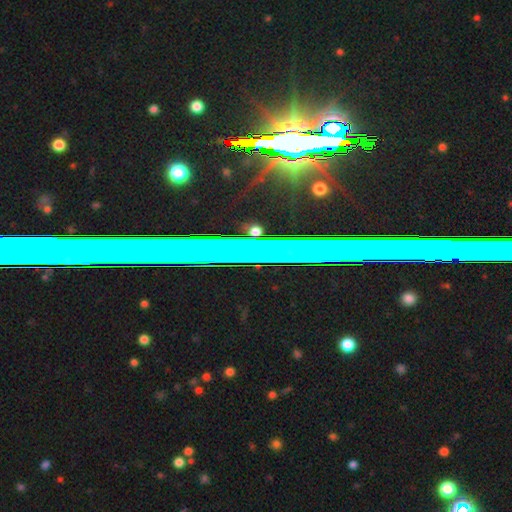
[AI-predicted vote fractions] Overall: star or artifact (75%).